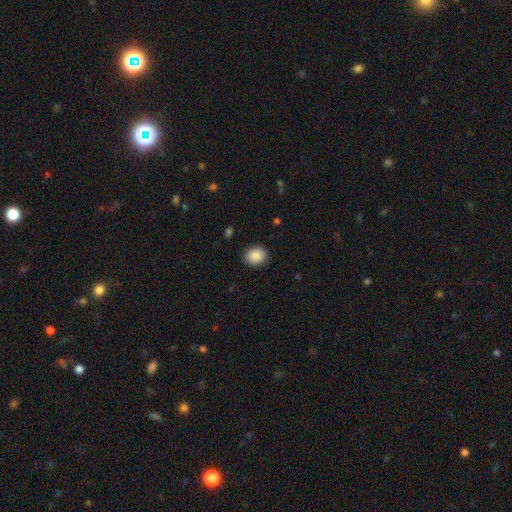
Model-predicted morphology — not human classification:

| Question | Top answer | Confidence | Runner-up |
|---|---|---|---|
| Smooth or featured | smooth | 88% | star or artifact (8%) |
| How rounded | round | 67% | in between (32%) |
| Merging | none | 89% | minor disturbance (8%) |